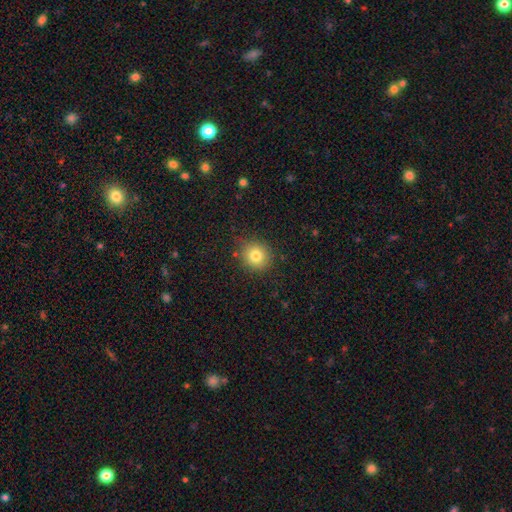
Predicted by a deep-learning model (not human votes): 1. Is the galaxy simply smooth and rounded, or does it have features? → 79% smooth, 12% star or artifact, 9% featured or disk.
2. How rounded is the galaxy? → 87% round, 12% in between, 1% cigar-shaped.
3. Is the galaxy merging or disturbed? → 84% none, 11% minor disturbance, 3% major disturbance, 2% merger.